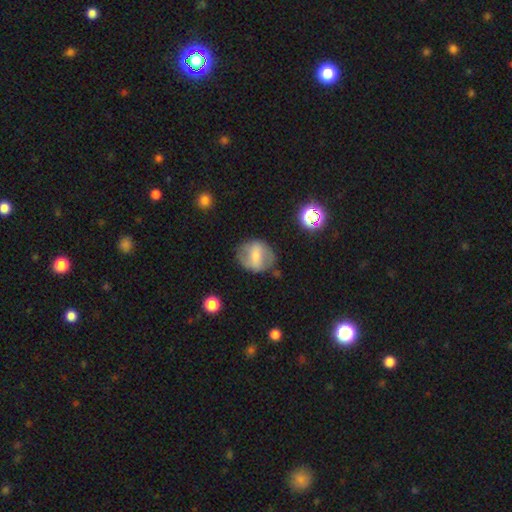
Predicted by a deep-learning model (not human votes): Smooth or featured? Predicted: smooth (p=0.47). Merging? Predicted: none (p=0.70).